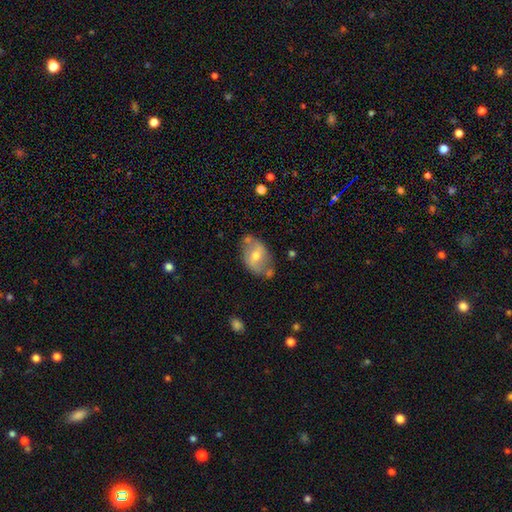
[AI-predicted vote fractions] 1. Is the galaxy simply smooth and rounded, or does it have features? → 49% featured or disk, 44% smooth, 7% star or artifact.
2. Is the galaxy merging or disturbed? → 62% none, 22% minor disturbance, 9% merger, 7% major disturbance.